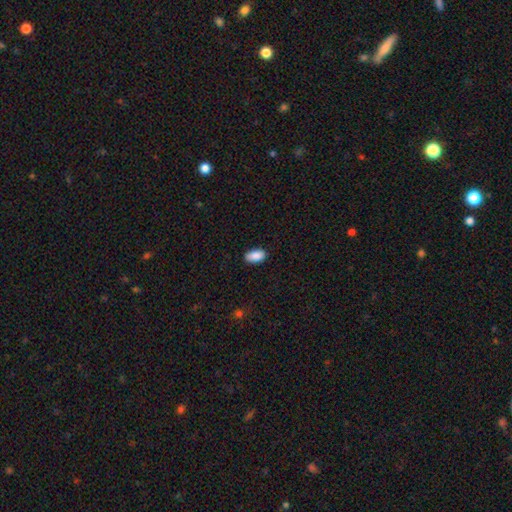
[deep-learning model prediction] This appears to be a smooth galaxy with no disk features (89%) that is in between round and cigar-shaped (94%). Merging: none (85%).